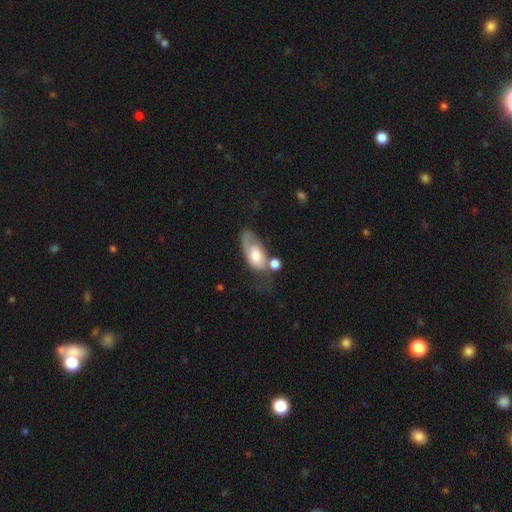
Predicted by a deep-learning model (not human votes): A smooth galaxy with no disk features (56%) that is in between round and cigar-shaped (89%).

Vote fractions:
- Smooth or featured? smooth: 56% / featured or disk: 38% / star or artifact: 7%
- How rounded? in between: 89% / cigar-shaped: 6% / round: 5%
- Merging? none: 30% / major disturbance: 26% / merger: 23% / minor disturbance: 22%